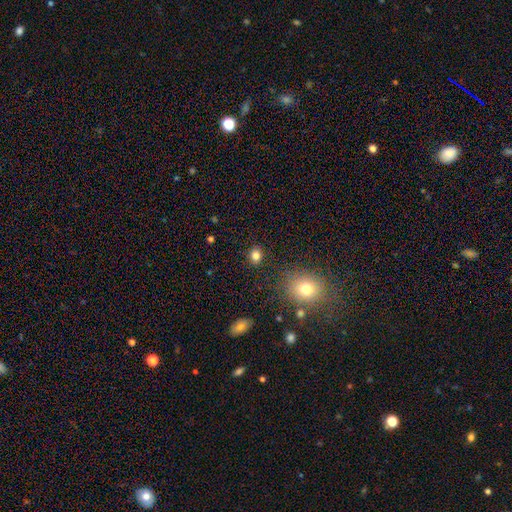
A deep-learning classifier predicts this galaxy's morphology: This is clearly a smooth galaxy (83%). How rounded: likely round (68%). Merging: clearly none (88%).